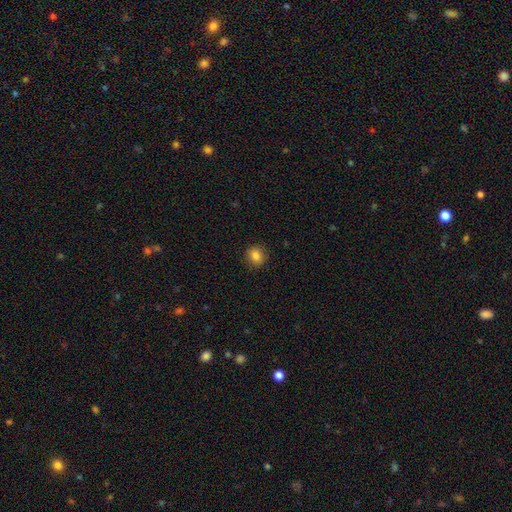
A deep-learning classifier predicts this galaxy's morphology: Smooth or featured? Predicted: smooth (p=0.84). How rounded? Predicted: round (p=0.80). Merging? Predicted: none (p=0.90).